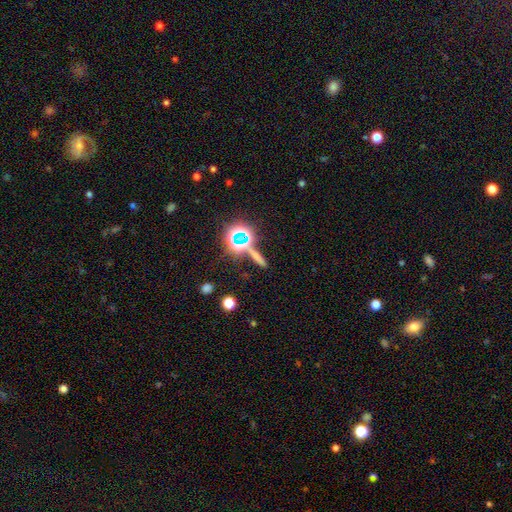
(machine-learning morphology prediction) Smooth or featured?
  - smooth: 45% *
  - star or artifact: 39%
  - featured or disk: 16%
Merging?
  - none: 72% *
  - merger: 13%
  - minor disturbance: 10%
  - major disturbance: 5%